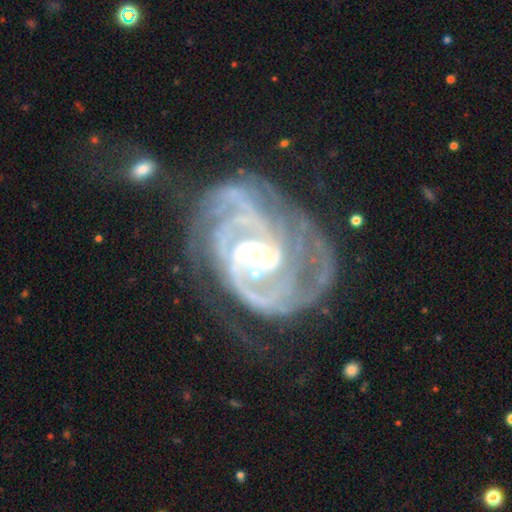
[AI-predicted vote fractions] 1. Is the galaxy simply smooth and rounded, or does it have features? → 92% featured or disk, 5% star or artifact, 3% smooth.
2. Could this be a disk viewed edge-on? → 97% no, 3% yes.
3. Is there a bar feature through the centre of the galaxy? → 51% no, 34% weak, 15% strong.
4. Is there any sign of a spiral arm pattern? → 98% yes, 2% no.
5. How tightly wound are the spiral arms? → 68% tight, 27% medium, 5% loose.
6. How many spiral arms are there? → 27% 3, 26% 2, 20% can't tell, 13% 4, 8% more than 4, 7% 1.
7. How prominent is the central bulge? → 57% moderate, 37% small, 5% large, 1% none, 1% dominant.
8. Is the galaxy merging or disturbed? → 55% none, 22% minor disturbance, 19% major disturbance, 4% merger.